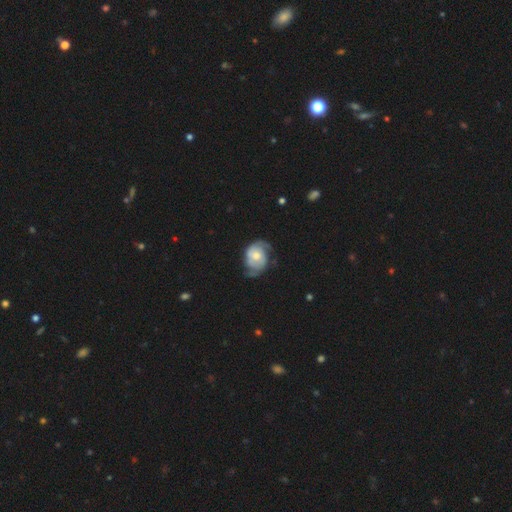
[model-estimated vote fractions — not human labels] Smooth or featured? Predicted: featured or disk (p=0.69). Edge-on disk? Predicted: no (p=0.97). Bar? Predicted: no (p=0.69). Spiral arms? Predicted: yes (p=0.88). Spiral winding? Predicted: medium (p=0.41). Spiral arm count? Predicted: 2 (p=0.72). Bulge size? Predicted: moderate (p=0.60). Merging? Predicted: none (p=0.52).